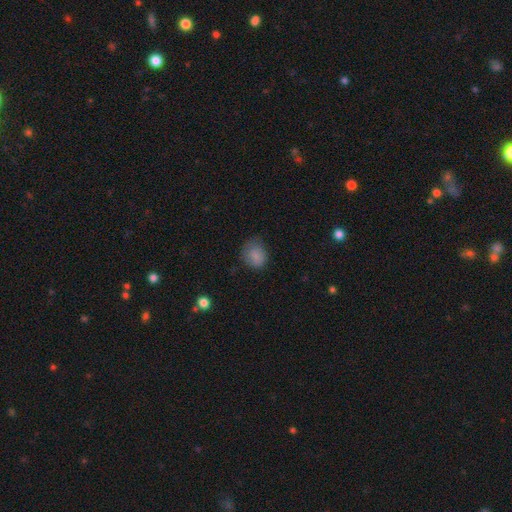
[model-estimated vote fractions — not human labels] The model was most divided on "how rounded": round: 59%, in between: 40%, cigar-shaped: 1%. More confident: smooth or featured — smooth (83%); merging — none (65%).